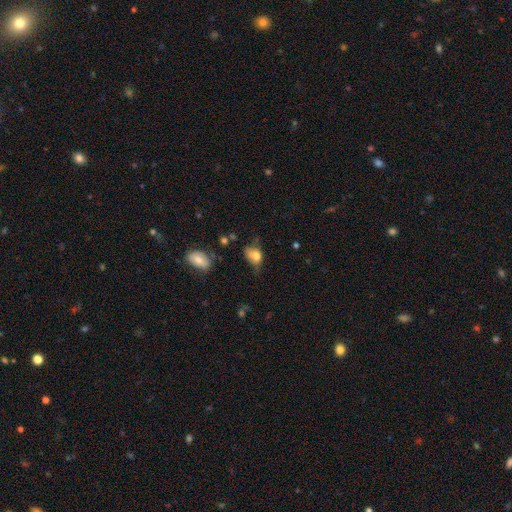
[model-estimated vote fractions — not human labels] Smooth or featured?
  - smooth: 73% *
  - featured or disk: 17%
  - star or artifact: 10%
How rounded?
  - in between: 75% *
  - round: 23%
  - cigar-shaped: 2%
Merging?
  - minor disturbance: 36% *
  - major disturbance: 31%
  - none: 28%
  - merger: 6%